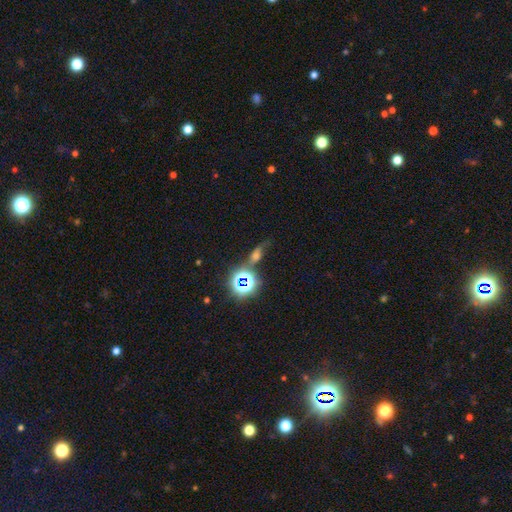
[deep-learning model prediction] This is marginally a star or artifact rather than a galaxy (44%).